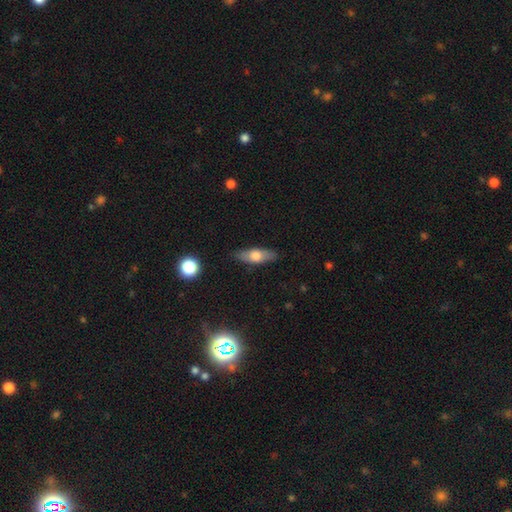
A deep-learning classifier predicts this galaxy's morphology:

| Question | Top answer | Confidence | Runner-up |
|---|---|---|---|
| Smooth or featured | smooth | 59% | featured or disk (34%) |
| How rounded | in between | 63% | cigar-shaped (33%) |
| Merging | none | 83% | minor disturbance (13%) |